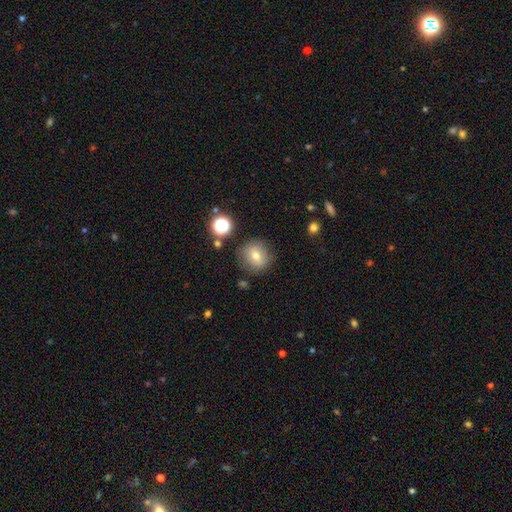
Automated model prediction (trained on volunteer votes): smooth-or-featured: smooth: 70% | featured or disk: 18% | star or artifact: 12%
  how-rounded: round: 86% | in between: 13% | cigar-shaped: 1%
  merging: none: 80% | minor disturbance: 13% | major disturbance: 4% | merger: 3%